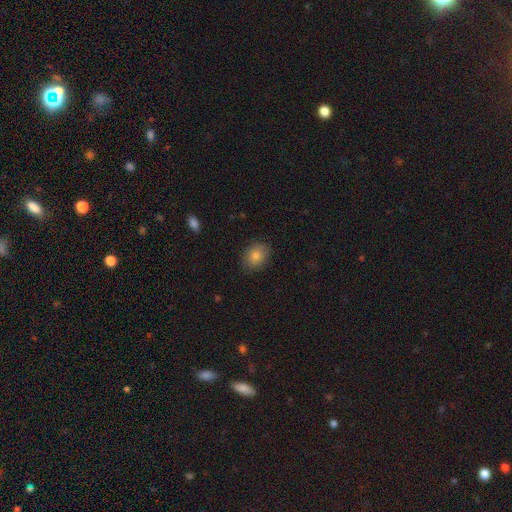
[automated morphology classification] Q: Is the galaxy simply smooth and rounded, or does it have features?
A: smooth — 81%.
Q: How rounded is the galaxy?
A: in between — 61%.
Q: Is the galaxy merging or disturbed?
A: none — 85%.